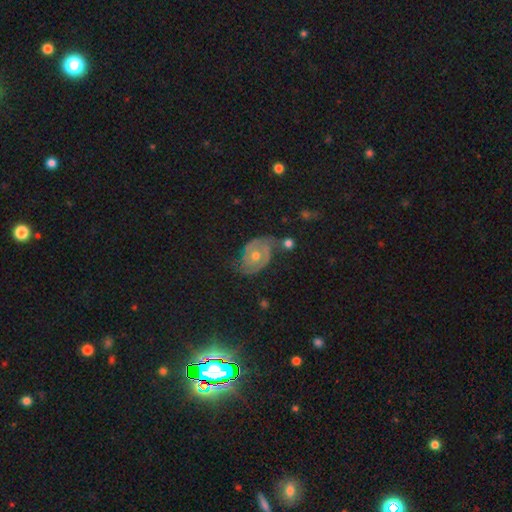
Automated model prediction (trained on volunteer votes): This appears to be a featured or disk galaxy (76%) with no bar (74%), 2 (77%) tight (52%) spiral arms (86%) and a moderate central bulge (75%). Merging: none (64%).